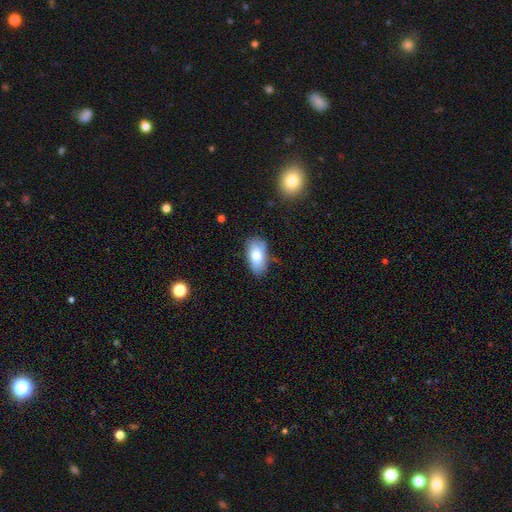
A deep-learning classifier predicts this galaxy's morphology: The model was most divided on "merging": none: 72%, minor disturbance: 22%, major disturbance: 5%, merger: 2%. More confident: how rounded — in between (93%); smooth or featured — smooth (77%).